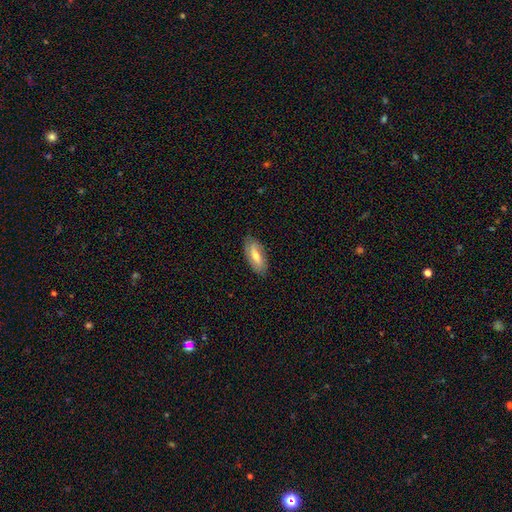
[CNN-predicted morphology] Smooth or featured? Predicted: smooth (p=0.58). How rounded? Predicted: in between (p=0.82). Merging? Predicted: none (p=0.83).